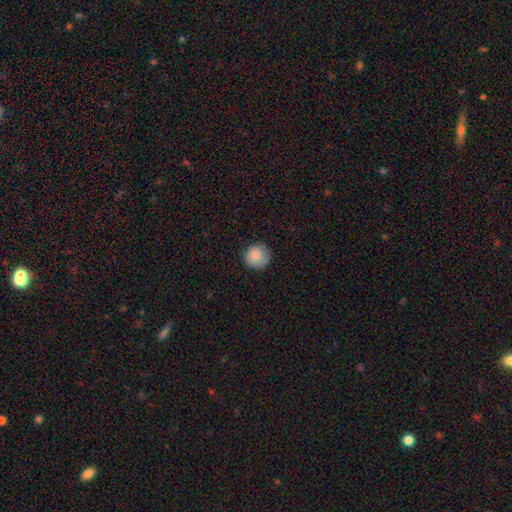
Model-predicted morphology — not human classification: The model was most divided on "merging": none: 84%, minor disturbance: 13%, major disturbance: 3%, merger: 1%. More confident: how rounded — round (94%); smooth or featured — smooth (85%).